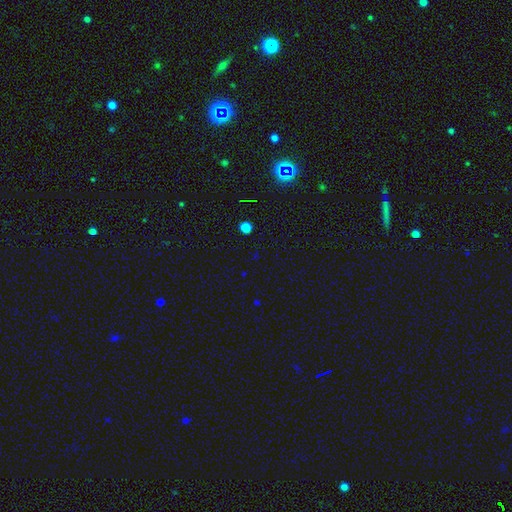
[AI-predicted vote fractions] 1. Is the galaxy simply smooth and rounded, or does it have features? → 51% smooth, 44% star or artifact, 5% featured or disk.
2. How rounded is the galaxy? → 88% round, 10% in between, 1% cigar-shaped.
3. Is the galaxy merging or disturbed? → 89% none, 6% minor disturbance, 3% major disturbance, 2% merger.